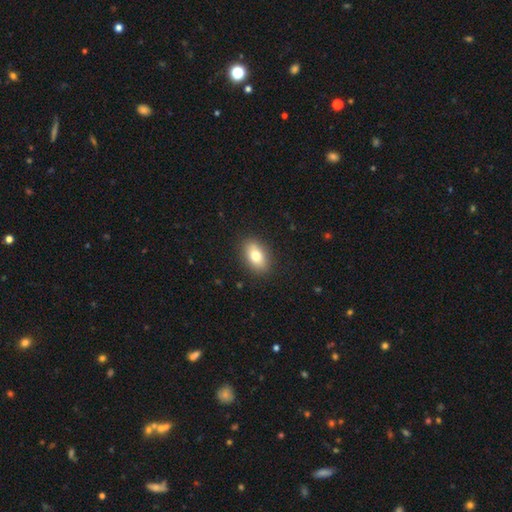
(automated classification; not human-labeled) Smooth or featured?
  - smooth: 77% *
  - featured or disk: 15%
  - star or artifact: 8%
How rounded?
  - in between: 86% *
  - round: 10%
  - cigar-shaped: 3%
Merging?
  - none: 87% *
  - minor disturbance: 9%
  - major disturbance: 2%
  - merger: 1%